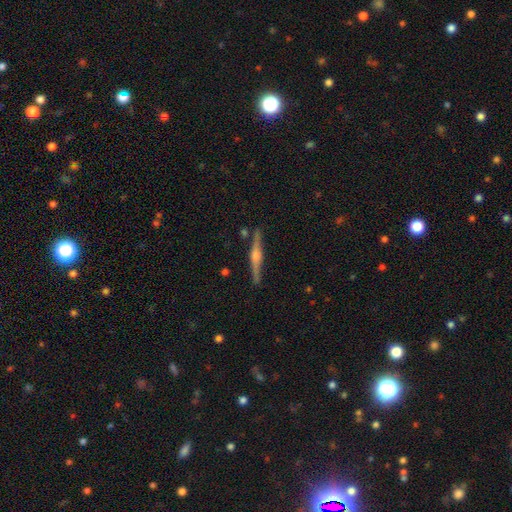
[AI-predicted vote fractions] smooth-or-featured: featured or disk: 74% | smooth: 17% | star or artifact: 9%
  disk-edge-on: yes: 96% | no: 4%
    edge-on-bulge: rounded: 87% | none: 7% | boxy: 6%
  merging: none: 87% | minor disturbance: 9% | major disturbance: 2% | merger: 2%